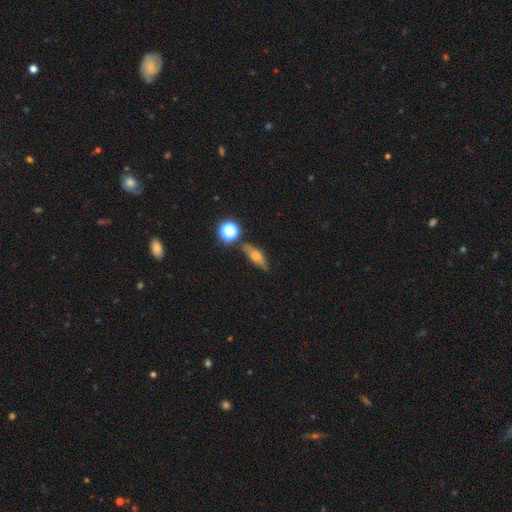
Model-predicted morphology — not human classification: This is possibly a smooth galaxy (47%). Merging: likely none (78%).